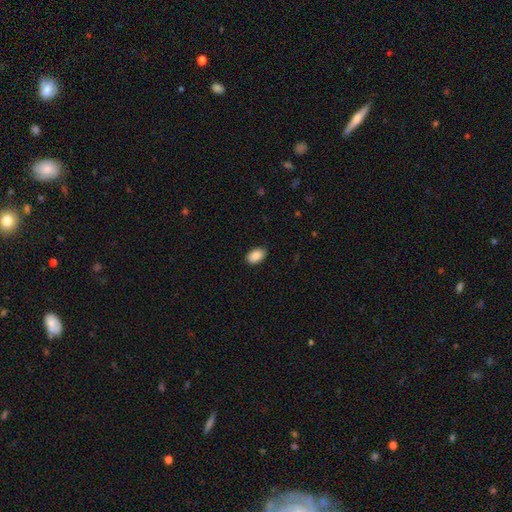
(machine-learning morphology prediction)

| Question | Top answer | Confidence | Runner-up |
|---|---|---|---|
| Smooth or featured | smooth | 90% | star or artifact (7%) |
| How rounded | in between | 91% | round (8%) |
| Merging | none | 89% | minor disturbance (9%) |